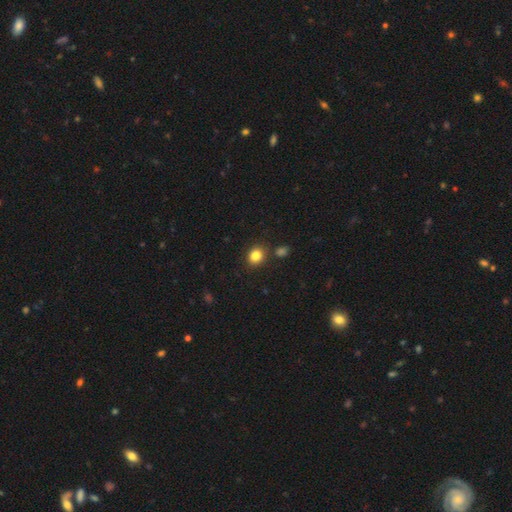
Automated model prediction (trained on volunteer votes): Q: Smooth or featured?
A: smooth (83%); runner-up: star or artifact (11%)
Q: How rounded?
A: round (65%); runner-up: in between (34%)
Q: Merging?
A: none (83%); runner-up: minor disturbance (9%)